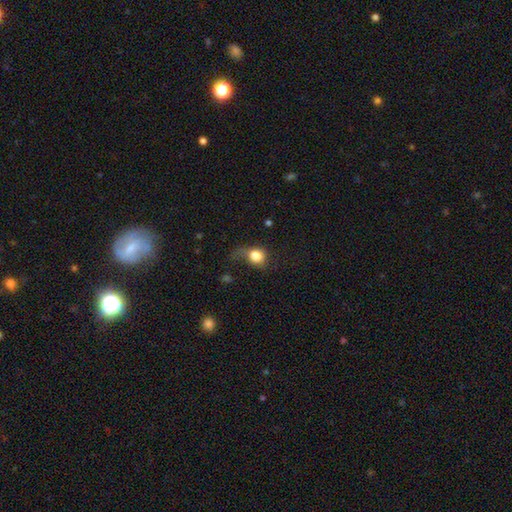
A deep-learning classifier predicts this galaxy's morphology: smooth_or_featured: smooth (p=0.79) [alt: featured or disk p=0.12]
how_rounded: round (p=0.62) [alt: in between p=0.36]
merging: major disturbance (p=0.41) [alt: none p=0.28]